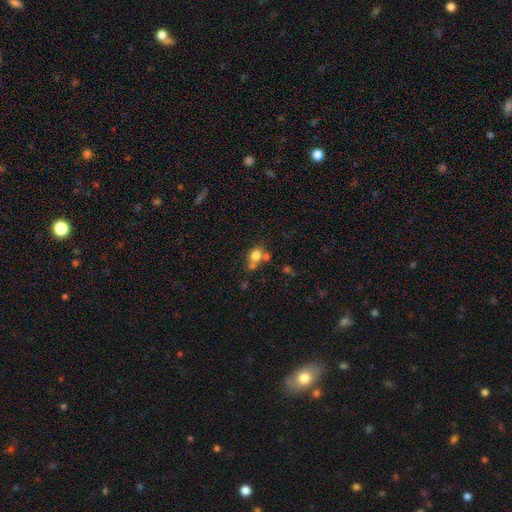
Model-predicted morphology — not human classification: Smooth or featured: smooth — 75% (featured or disk — 13%)
How rounded: round — 57% (in between — 42%)
Merging: none — 42% (merger — 38%)